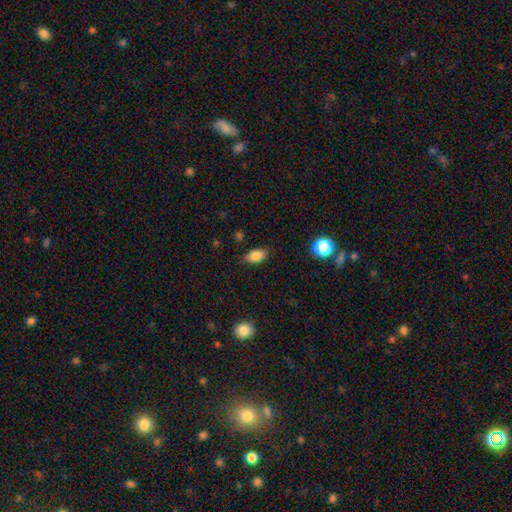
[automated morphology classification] smooth_or_featured: smooth (p=0.84) [alt: star or artifact p=0.09]
how_rounded: in between (p=0.90) [alt: round p=0.07]
merging: none (p=0.83) [alt: minor disturbance p=0.13]